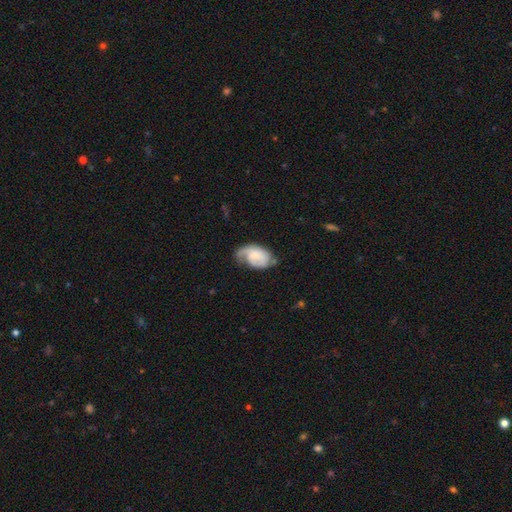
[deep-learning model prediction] featured or disk 57%, smooth 36%, star or artifact 7%. Down the decision tree: edge-on disk — no (97%); bar — no (66%); spiral arms — yes (86%); bulge size — small (34%); merging — none (40%).